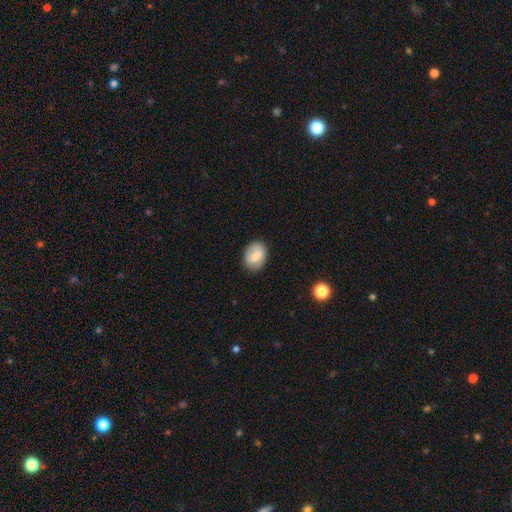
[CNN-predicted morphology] Smooth or featured?
  - smooth: 69% *
  - featured or disk: 23%
  - star or artifact: 7%
How rounded?
  - in between: 67% *
  - round: 32%
  - cigar-shaped: 1%
Merging?
  - none: 83% *
  - minor disturbance: 13%
  - major disturbance: 3%
  - merger: 1%